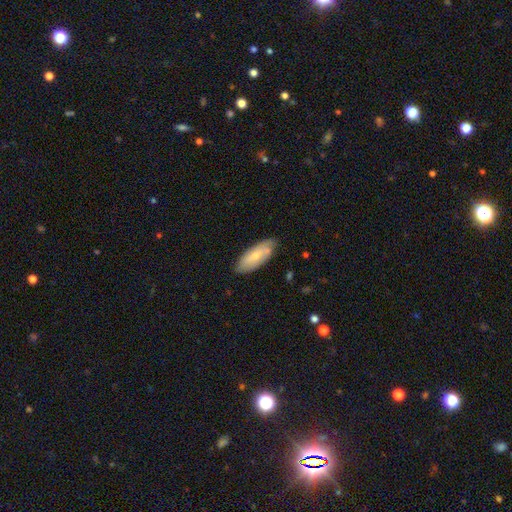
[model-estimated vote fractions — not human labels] smooth-or-featured: smooth: 65% | featured or disk: 29% | star or artifact: 6%
  how-rounded: in between: 79% | cigar-shaped: 19% | round: 2%
  merging: none: 77% | minor disturbance: 18% | major disturbance: 3% | merger: 2%